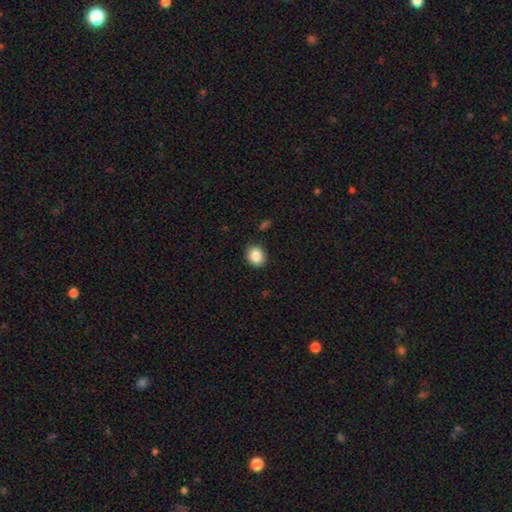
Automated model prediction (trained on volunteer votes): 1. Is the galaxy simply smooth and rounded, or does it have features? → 86% smooth, 9% star or artifact, 5% featured or disk.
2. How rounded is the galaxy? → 63% round, 36% in between, 1% cigar-shaped.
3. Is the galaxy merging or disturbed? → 89% none, 8% minor disturbance, 2% major disturbance, 1% merger.